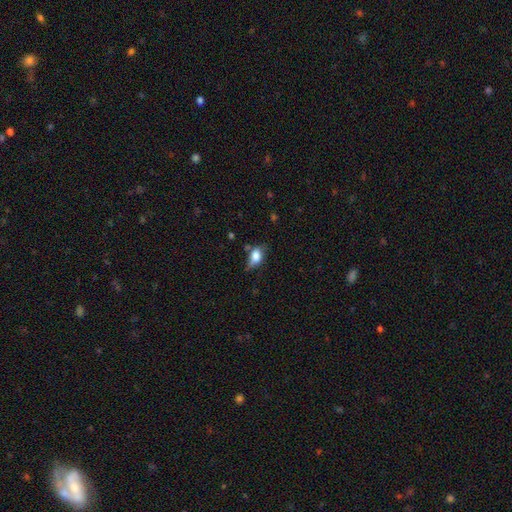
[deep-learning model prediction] smooth-or-featured: smooth: 73% | featured or disk: 18% | star or artifact: 9%
  how-rounded: in between: 82% | round: 13% | cigar-shaped: 5%
  merging: none: 43% | minor disturbance: 36% | major disturbance: 14% | merger: 7%